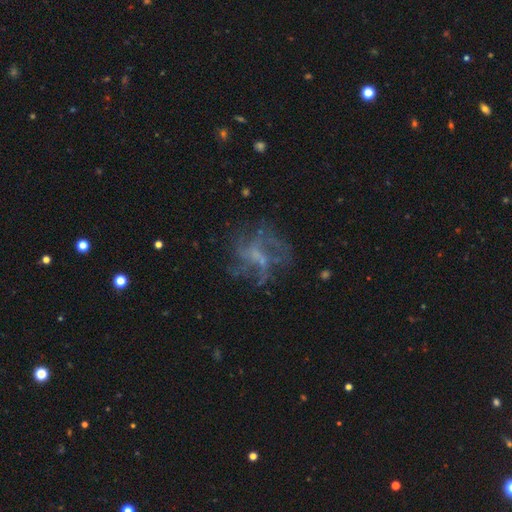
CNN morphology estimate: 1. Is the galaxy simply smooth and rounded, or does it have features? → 69% featured or disk, 17% star or artifact, 14% smooth.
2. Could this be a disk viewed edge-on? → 97% no, 3% yes.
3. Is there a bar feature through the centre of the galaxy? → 53% no, 38% weak, 9% strong.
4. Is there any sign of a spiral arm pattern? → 75% yes, 25% no.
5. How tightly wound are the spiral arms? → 47% loose, 37% medium, 17% tight.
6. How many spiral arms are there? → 34% can't tell, 23% 4, 17% 3, 10% more than 4, 10% 2, 7% 1.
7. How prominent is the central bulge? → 40% small, 39% none, 18% moderate, 2% large, 1% dominant.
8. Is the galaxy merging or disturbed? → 61% none, 21% major disturbance, 15% minor disturbance, 3% merger.